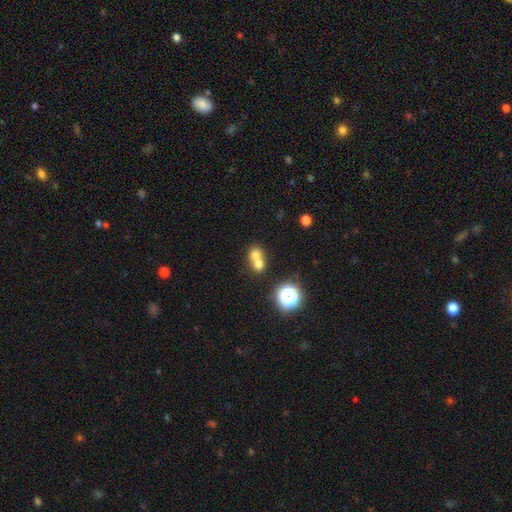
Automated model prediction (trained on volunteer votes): This appears to be a smooth galaxy with no disk features (68%) that is round (75%). Merging: merger (64%).